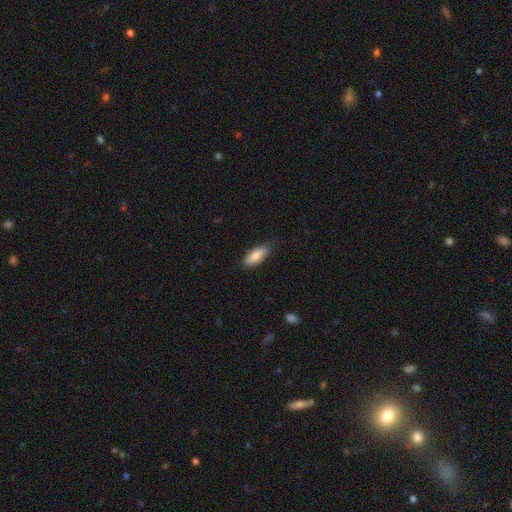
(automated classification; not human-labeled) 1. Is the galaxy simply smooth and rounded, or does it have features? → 81% smooth, 13% featured or disk, 6% star or artifact.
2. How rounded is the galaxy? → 75% in between, 23% cigar-shaped, 2% round.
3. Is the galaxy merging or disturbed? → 80% none, 17% minor disturbance, 2% major disturbance, 1% merger.